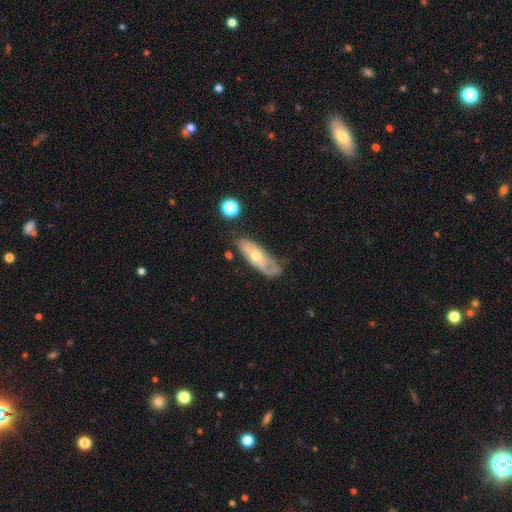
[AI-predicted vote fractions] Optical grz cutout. It shows a featured or disk galaxy (53%). Merging: none (54%).